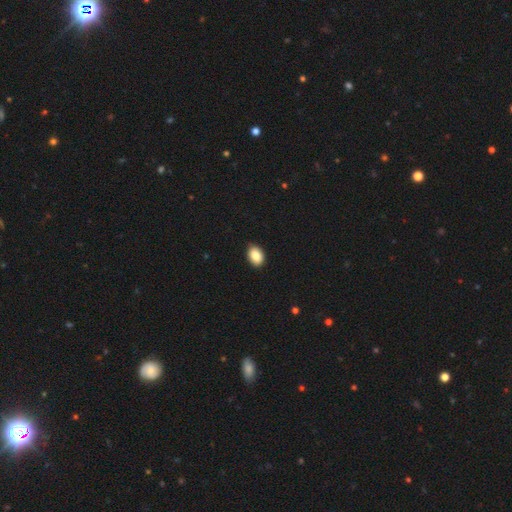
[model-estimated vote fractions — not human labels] Smooth or featured: smooth — 87% (star or artifact — 8%)
How rounded: in between — 80% (round — 19%)
Merging: none — 88% (minor disturbance — 9%)